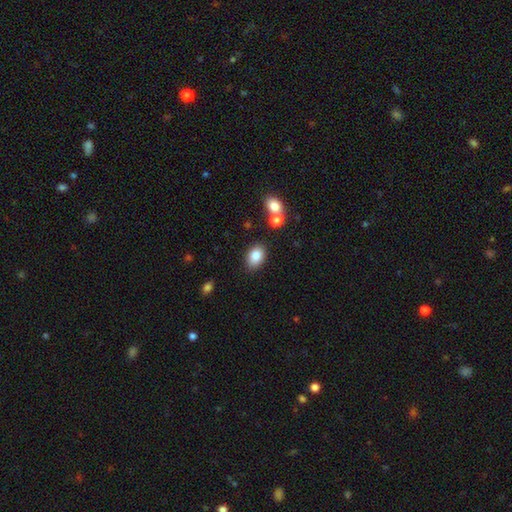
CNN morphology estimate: Q: Smooth or featured?
A: smooth (84%); runner-up: star or artifact (8%)
Q: How rounded?
A: in between (86%); runner-up: round (13%)
Q: Merging?
A: none (82%); runner-up: minor disturbance (10%)